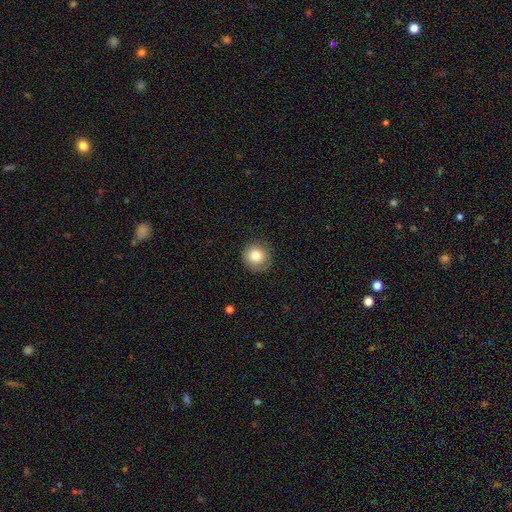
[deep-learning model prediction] Morphology: type=smooth (80%); roundness=round (92%); merging=none (82%).